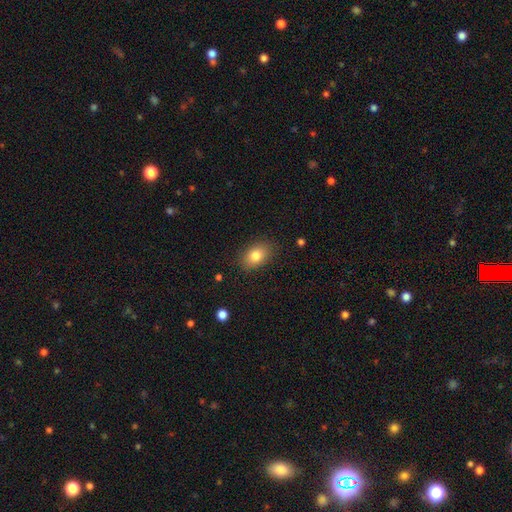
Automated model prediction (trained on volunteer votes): Smooth or featured?
  - smooth: 81% *
  - featured or disk: 10%
  - star or artifact: 9%
How rounded?
  - in between: 82% *
  - round: 16%
  - cigar-shaped: 1%
Merging?
  - none: 85% *
  - minor disturbance: 11%
  - major disturbance: 3%
  - merger: 1%